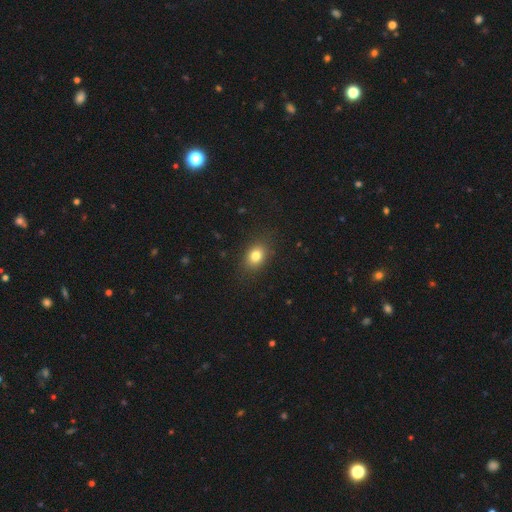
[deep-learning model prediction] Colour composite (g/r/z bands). It shows a smooth galaxy with no disk features (80%) that is in between round and cigar-shaped (61%). Merging: none (85%).